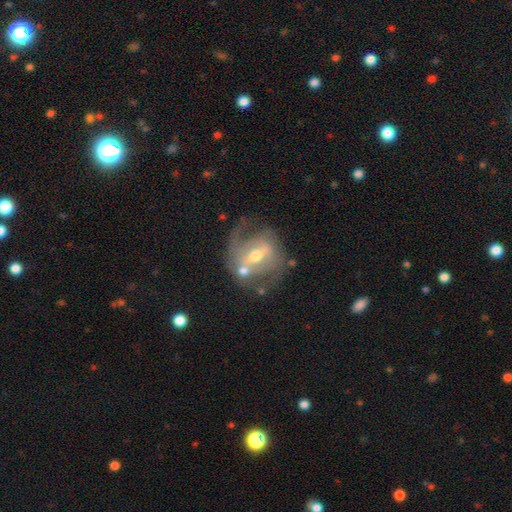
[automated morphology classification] Smooth or featured? Predicted: featured or disk (p=0.78). Edge-on disk? Predicted: no (p=0.95). Bar? Predicted: strong (p=0.45). Spiral arms? Predicted: yes (p=0.70). Spiral winding? Predicted: medium (p=0.43). Spiral arm count? Predicted: 2 (p=0.65). Bulge size? Predicted: moderate (p=0.66). Merging? Predicted: none (p=0.52).